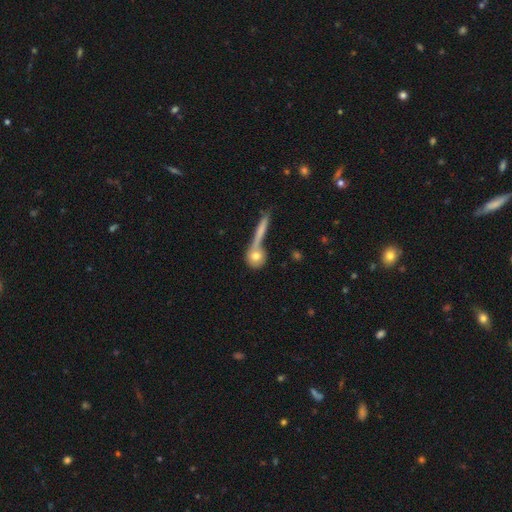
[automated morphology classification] Overall: smooth (71%). How rounded: round (77%). Merging: none (48%; merger 31%).